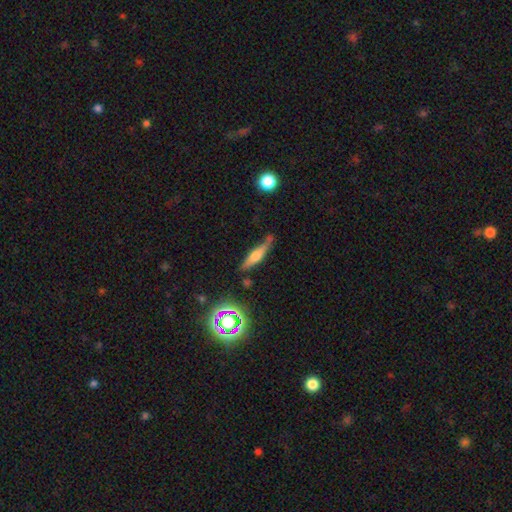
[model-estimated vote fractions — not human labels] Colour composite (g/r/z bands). It shows a featured or disk galaxy (46%). Merging: none (68%).